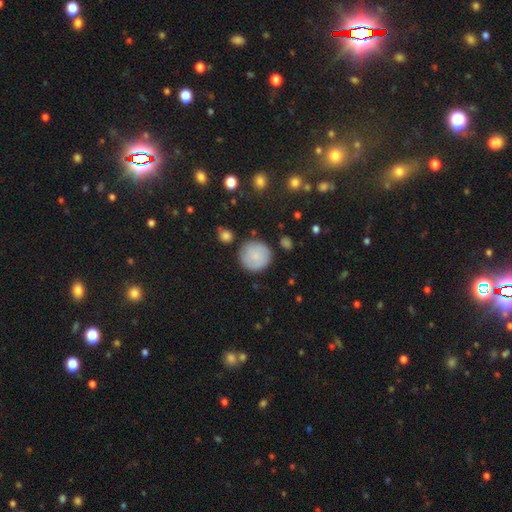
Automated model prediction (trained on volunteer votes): Overall: smooth (72%). How rounded: round (94%). Merging: none (81%).